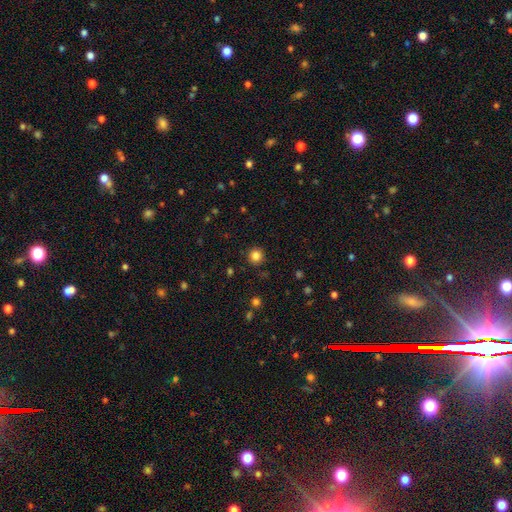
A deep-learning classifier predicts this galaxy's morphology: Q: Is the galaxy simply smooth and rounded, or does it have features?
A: smooth — 84%.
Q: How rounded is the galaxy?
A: round — 94%.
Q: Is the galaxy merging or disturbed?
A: none — 91%.